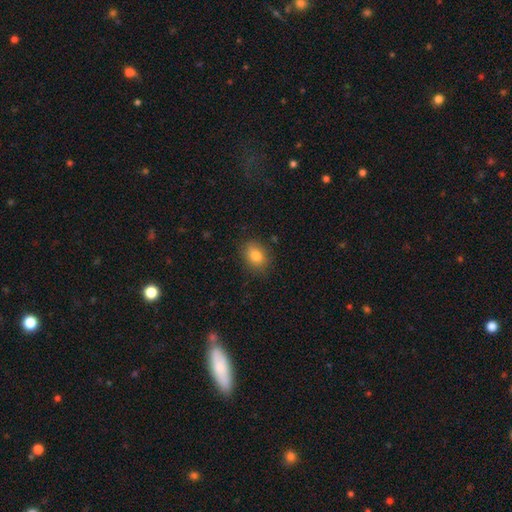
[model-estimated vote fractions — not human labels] The model was most divided on "how rounded": in between: 70%, round: 29%, cigar-shaped: 1%. More confident: merging — none (85%); smooth or featured — smooth (82%).